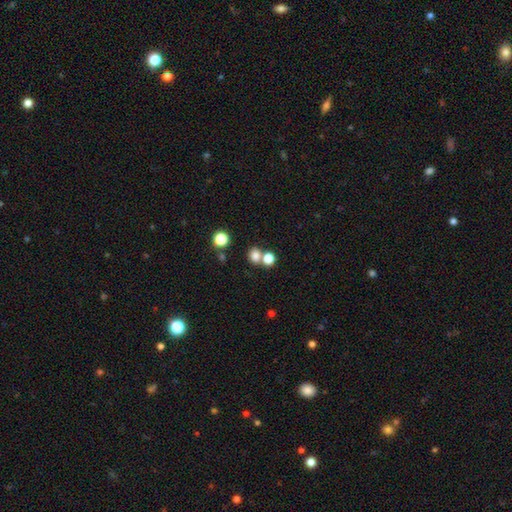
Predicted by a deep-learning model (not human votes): Smooth or featured? smooth (78%)
How rounded? round (69%)
Merging? none (54%)